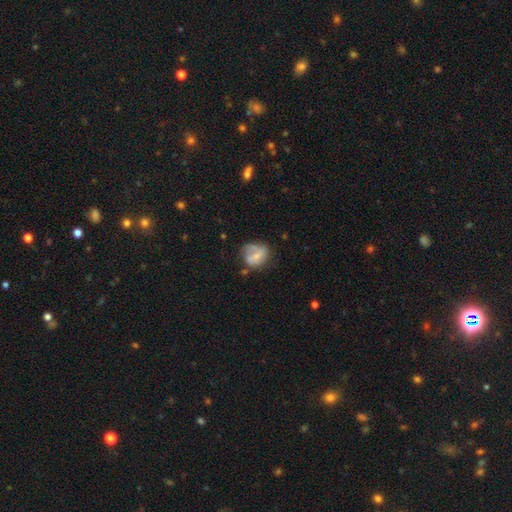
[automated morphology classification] Smooth or featured? Predicted: smooth (p=0.55). How rounded? Predicted: round (p=0.57). Merging? Predicted: none (p=0.40).